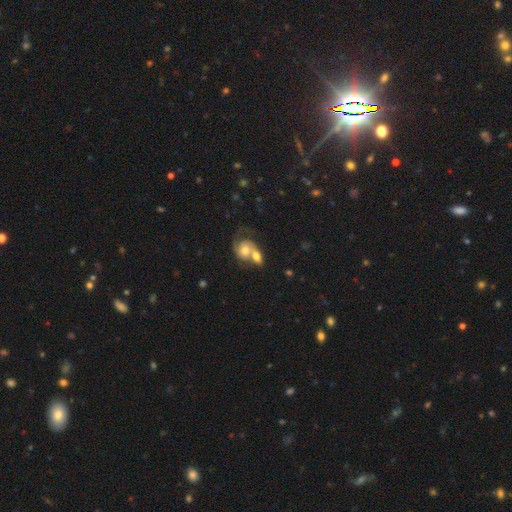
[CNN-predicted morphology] Smooth or featured?
  - featured or disk: 48% *
  - smooth: 37%
  - star or artifact: 16%
Merging?
  - merger: 59% *
  - none: 25%
  - minor disturbance: 8%
  - major disturbance: 7%